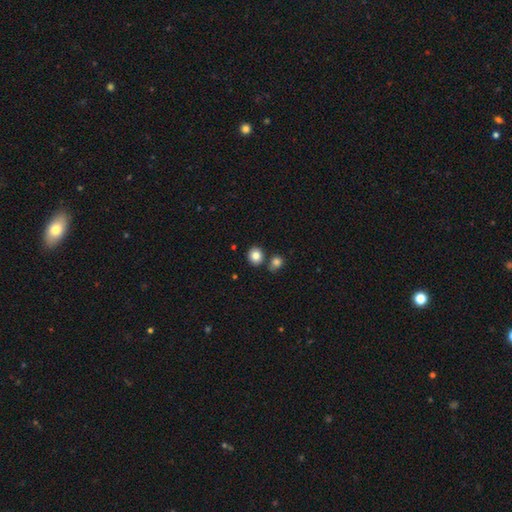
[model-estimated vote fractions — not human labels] The model was most divided on "merging": none: 75%, merger: 14%, minor disturbance: 8%, major disturbance: 2%. More confident: smooth or featured — smooth (83%); how rounded — round (81%).